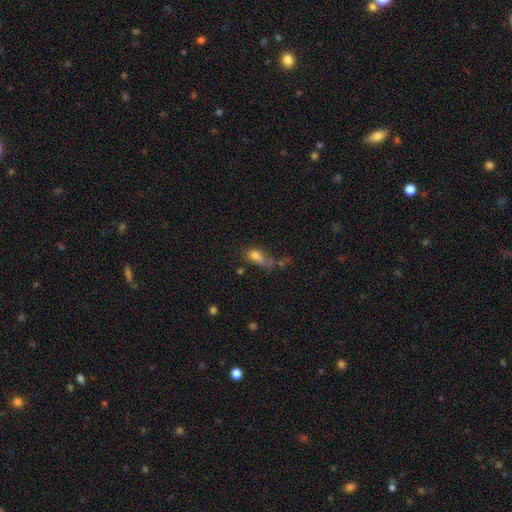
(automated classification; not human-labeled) Smooth or featured? Predicted: smooth (p=0.65). How rounded? Predicted: in between (p=0.68). Merging? Predicted: none (p=0.29).